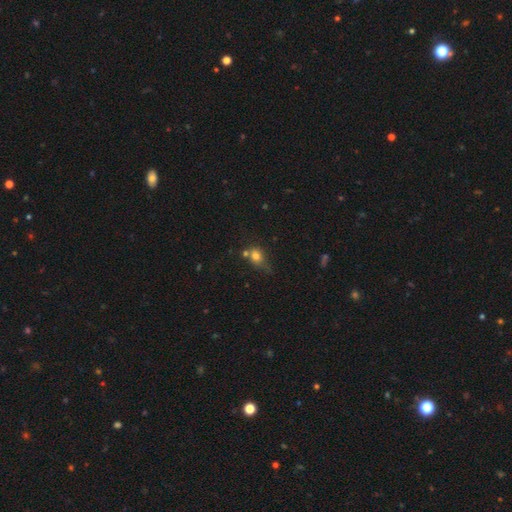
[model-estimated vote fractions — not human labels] Overall: smooth (74%). How rounded: round (60%; in between 38%). Merging: none (40%; merger 27%).